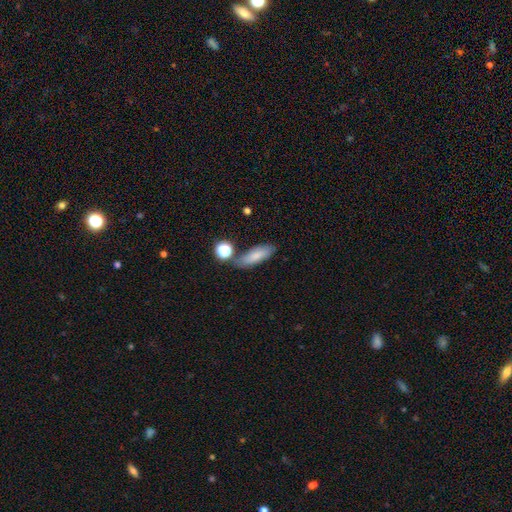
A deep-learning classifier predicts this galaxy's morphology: This appears to be a smooth galaxy with no disk features (78%) that is in between round and cigar-shaped (57%). Merging: none (66%).